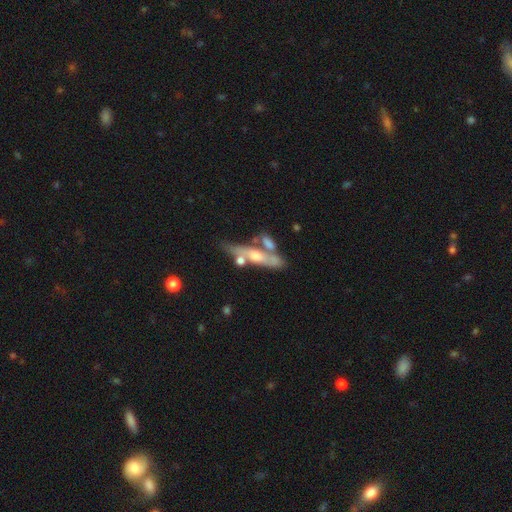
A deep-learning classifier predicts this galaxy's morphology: A featured or disk galaxy (63%) viewed edge-on (68%). Merging: none (41%).